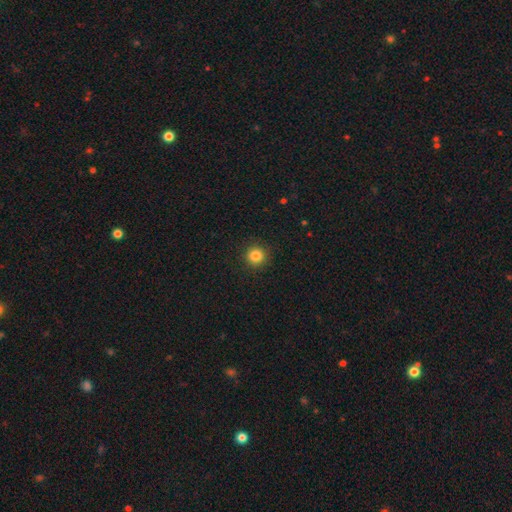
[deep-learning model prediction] Smooth or featured?
  - smooth: 84% *
  - star or artifact: 12%
  - featured or disk: 4%
How rounded?
  - round: 95% *
  - in between: 4%
  - cigar-shaped: 1%
Merging?
  - none: 91% *
  - minor disturbance: 6%
  - major disturbance: 2%
  - merger: 1%